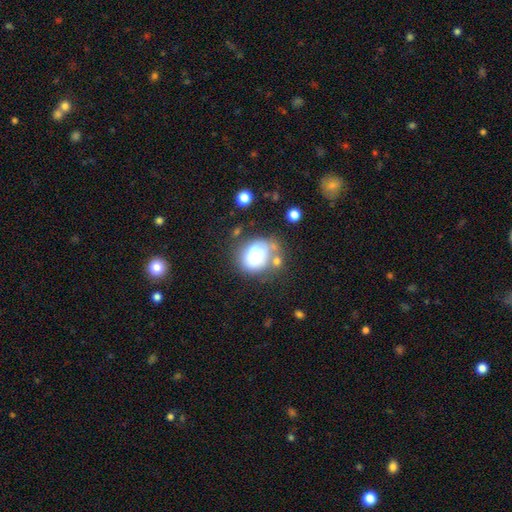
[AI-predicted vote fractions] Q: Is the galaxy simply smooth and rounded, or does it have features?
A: smooth — 69%.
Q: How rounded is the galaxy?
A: round — 51%.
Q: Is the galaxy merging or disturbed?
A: none — 37%.